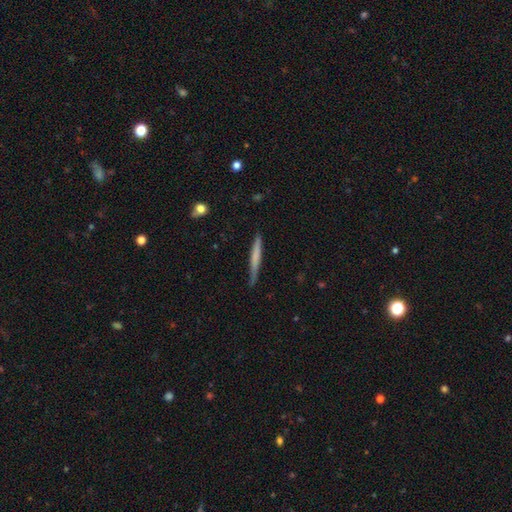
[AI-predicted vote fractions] The model was most divided on "smooth or featured": smooth: 55%, featured or disk: 39%, star or artifact: 6%. More confident: how rounded — cigar-shaped (96%); merging — none (81%).